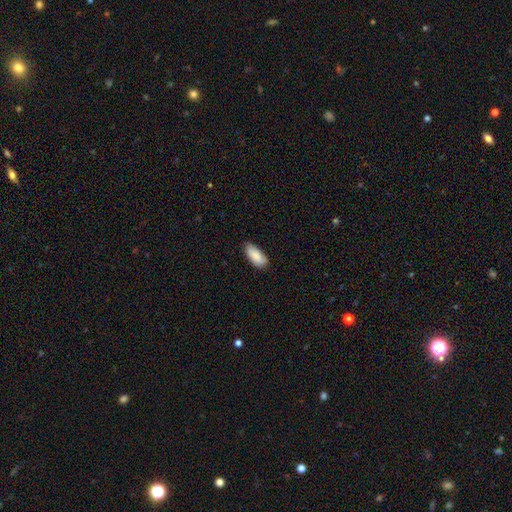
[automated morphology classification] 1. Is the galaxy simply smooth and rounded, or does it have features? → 88% smooth, 6% star or artifact, 6% featured or disk.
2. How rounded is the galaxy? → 88% in between, 10% cigar-shaped, 2% round.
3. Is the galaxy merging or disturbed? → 74% none, 22% minor disturbance, 3% major disturbance, 1% merger.